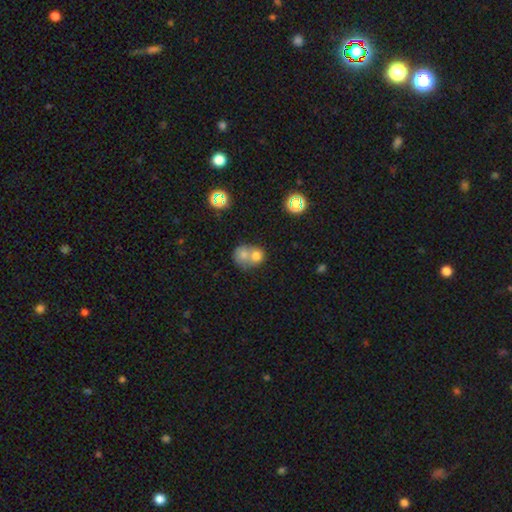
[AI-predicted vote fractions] smooth-or-featured: smooth: 71% | featured or disk: 17% | star or artifact: 12%
  how-rounded: round: 72% | in between: 28% | cigar-shaped: 1%
  merging: merger: 68% | none: 23% | minor disturbance: 6% | major disturbance: 3%